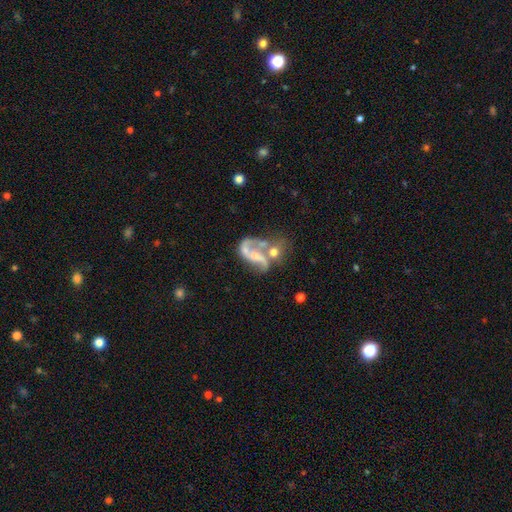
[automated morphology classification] Q: Smooth or featured?
A: featured or disk (78%); runner-up: smooth (14%)
Q: Edge-on disk?
A: no (97%); runner-up: yes (3%)
Q: Bar?
A: no (50%); runner-up: weak (34%)
Q: Spiral arms?
A: yes (81%); runner-up: no (19%)
Q: Spiral winding?
A: loose (69%); runner-up: medium (25%)
Q: Spiral arm count?
A: 2 (81%); runner-up: 1 (10%)
Q: Bulge size?
A: small (44%); runner-up: moderate (33%)
Q: Merging?
A: merger (47%); runner-up: none (22%)